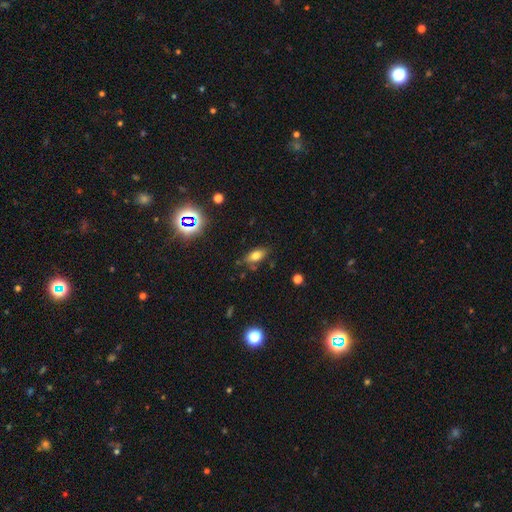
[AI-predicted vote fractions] smooth-or-featured: smooth: 72% | featured or disk: 14% | star or artifact: 14%
  how-rounded: in between: 84% | cigar-shaped: 9% | round: 6%
  merging: none: 77% | minor disturbance: 16% | merger: 4% | major disturbance: 4%